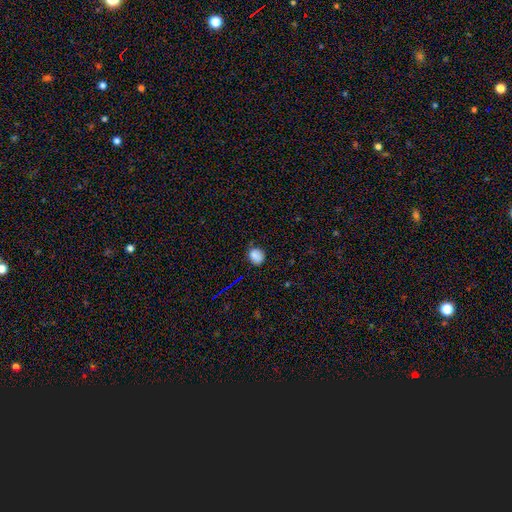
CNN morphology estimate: Smooth or featured? smooth (82%)
How rounded? round (69%)
Merging? none (77%)